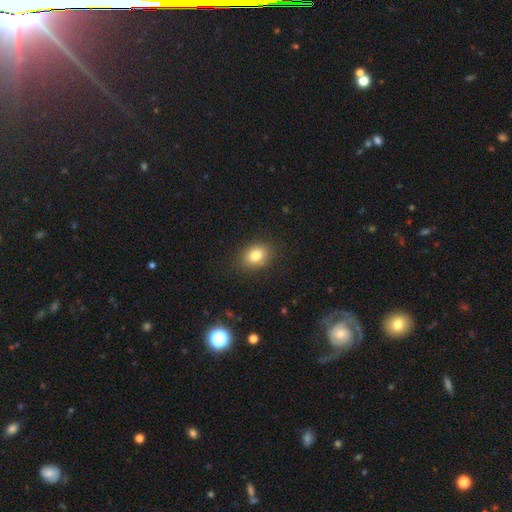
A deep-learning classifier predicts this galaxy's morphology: A smooth galaxy with no disk features (82%) that is in between round and cigar-shaped (66%).

Vote fractions:
- Smooth or featured? smooth: 82% / star or artifact: 10% / featured or disk: 8%
- How rounded? in between: 66% / round: 33% / cigar-shaped: 1%
- Merging? none: 86% / minor disturbance: 10% / major disturbance: 3% / merger: 1%